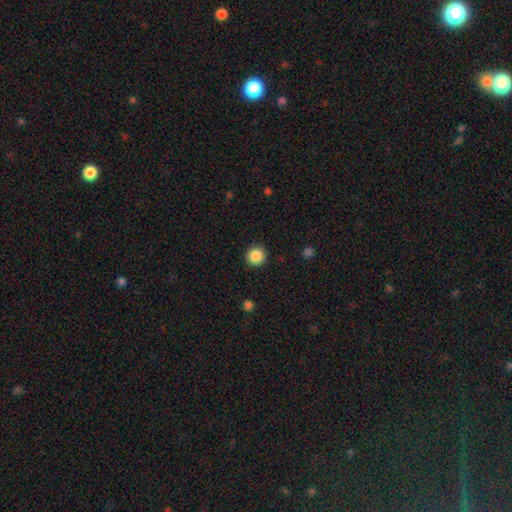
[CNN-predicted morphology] Smooth or featured? smooth (88%)
How rounded? round (95%)
Merging? none (92%)